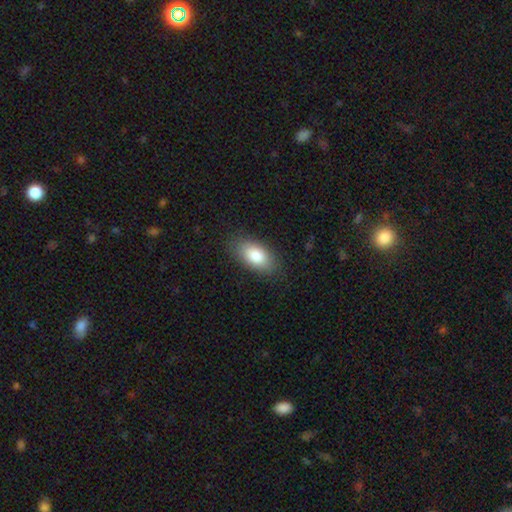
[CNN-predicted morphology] Q: Smooth or featured?
A: smooth (83%); runner-up: featured or disk (11%)
Q: How rounded?
A: in between (93%); runner-up: round (4%)
Q: Merging?
A: none (83%); runner-up: minor disturbance (12%)